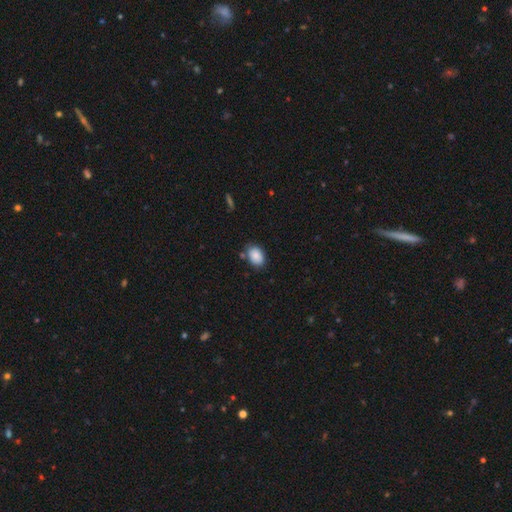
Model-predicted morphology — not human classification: Smooth or featured: smooth — 87% (star or artifact — 8%)
How rounded: in between — 79% (round — 20%)
Merging: none — 75% (minor disturbance — 16%)